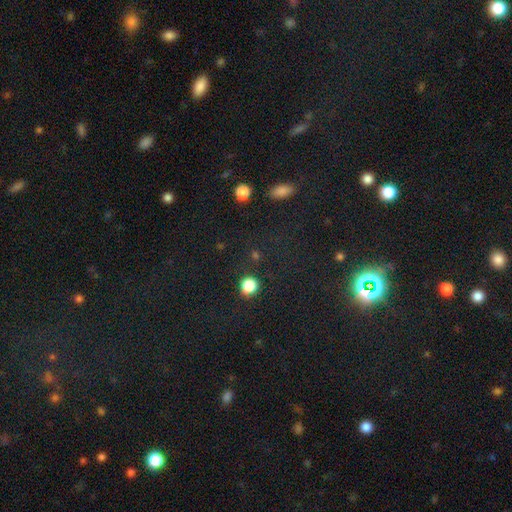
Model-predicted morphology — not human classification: Smooth or featured?
  - smooth: 52% *
  - star or artifact: 42%
  - featured or disk: 6%
How rounded?
  - round: 82% *
  - in between: 15%
  - cigar-shaped: 3%
Merging?
  - none: 86% *
  - minor disturbance: 8%
  - major disturbance: 4%
  - merger: 3%